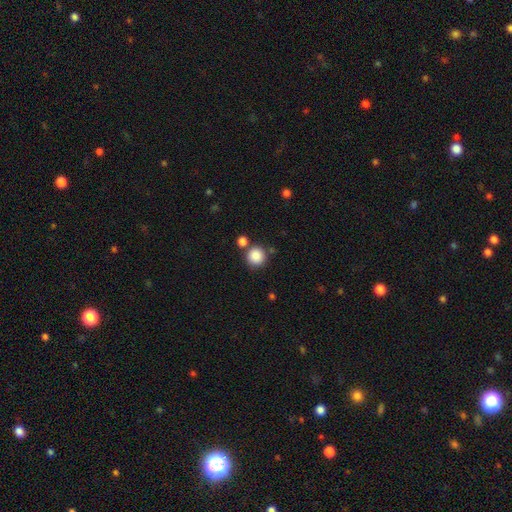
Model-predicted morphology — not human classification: This is clearly a smooth galaxy (87%). How rounded: clearly round (93%). Merging: likely none (75%).